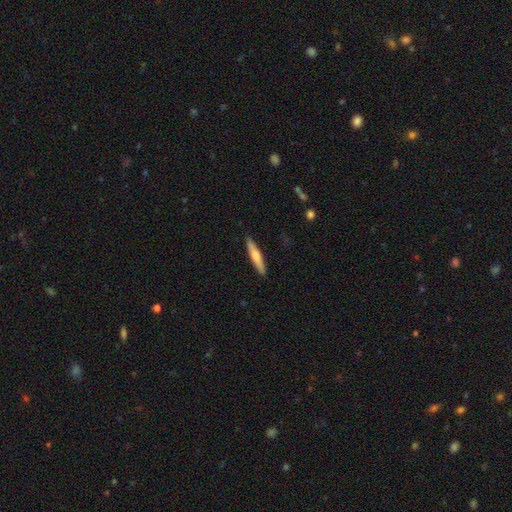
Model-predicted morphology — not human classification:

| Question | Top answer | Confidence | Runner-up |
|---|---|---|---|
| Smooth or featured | smooth | 63% | featured or disk (32%) |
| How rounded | cigar-shaped | 91% | in between (8%) |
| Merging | none | 90% | minor disturbance (7%) |